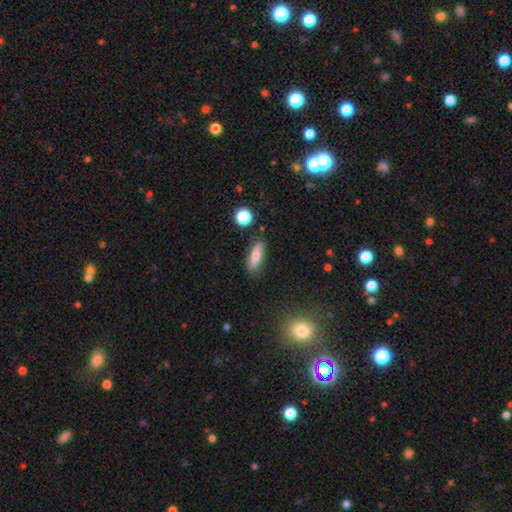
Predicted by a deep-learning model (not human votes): Overall: smooth (64%; featured or disk 27%). How rounded: cigar-shaped (53%; in between 43%). Merging: none (82%).